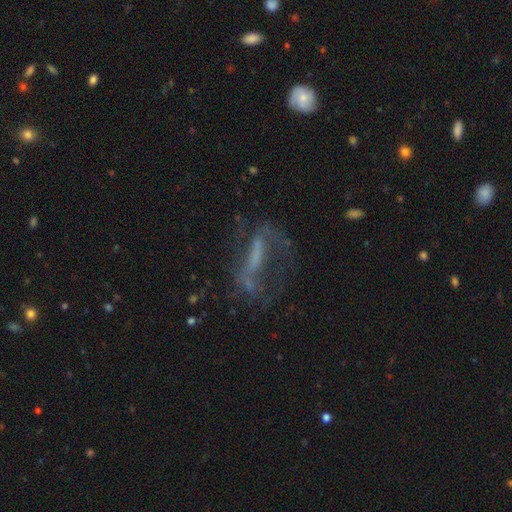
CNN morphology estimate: Overall: featured or disk (63%). Edge-on disk: no (81%). Bar: strong (52%; weak 24%). Spiral arms: yes (55%; no 45%). Bulge size: none (57%; small 20%). Merging: none (45%; major disturbance 32%).